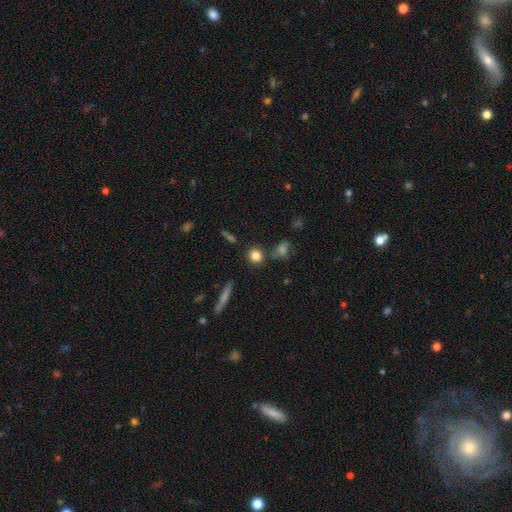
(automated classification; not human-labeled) smooth-or-featured: smooth: 82% | star or artifact: 11% | featured or disk: 8%
  how-rounded: round: 85% | in between: 12% | cigar-shaped: 3%
  merging: none: 77% | minor disturbance: 10% | merger: 10% | major disturbance: 3%